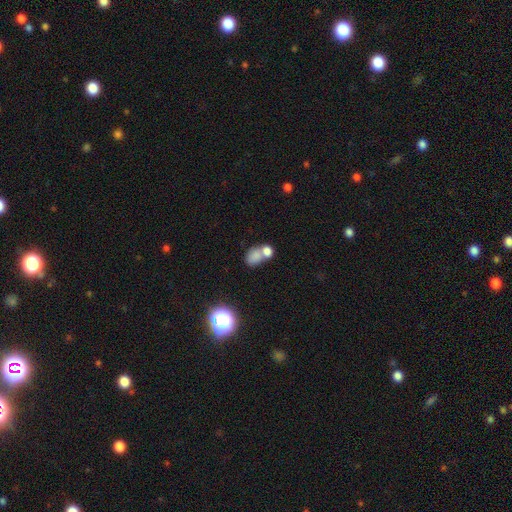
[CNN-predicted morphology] A smooth galaxy with no disk features (76%) that is in between round and cigar-shaped (62%).

Vote fractions:
- Smooth or featured? smooth: 76% / star or artifact: 13% / featured or disk: 11%
- How rounded? in between: 62% / round: 36% / cigar-shaped: 1%
- Merging? merger: 55% / none: 30% / minor disturbance: 10% / major disturbance: 6%